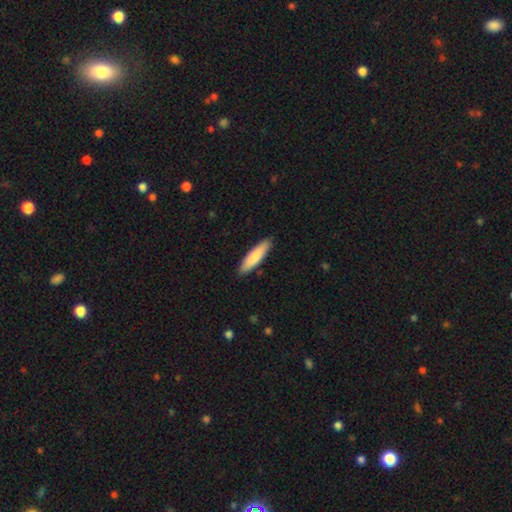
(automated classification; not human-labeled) Smooth or featured? smooth (81%)
How rounded? cigar-shaped (71%)
Merging? none (89%)